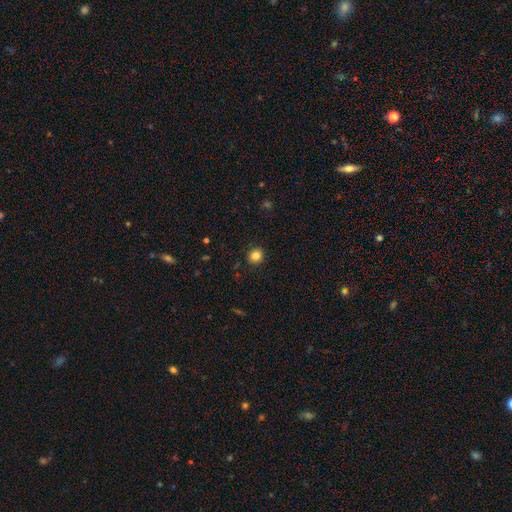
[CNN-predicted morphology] A smooth galaxy with no disk features (84%) that is round (85%).

Vote fractions:
- Smooth or featured? smooth: 84% / star or artifact: 11% / featured or disk: 5%
- How rounded? round: 85% / in between: 14% / cigar-shaped: 1%
- Merging? none: 90% / minor disturbance: 7% / major disturbance: 2% / merger: 1%